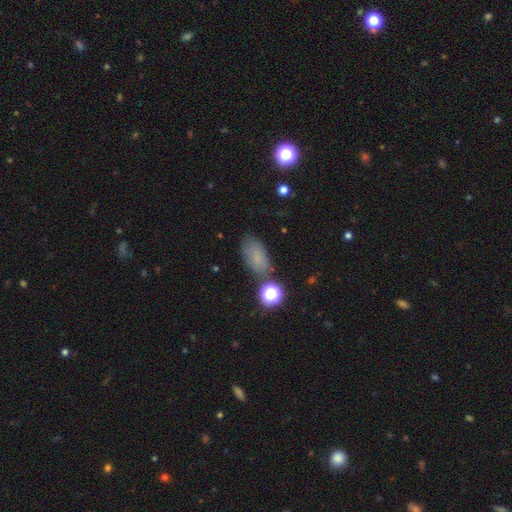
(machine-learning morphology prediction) A smooth galaxy with no disk features (69%) that is in between round and cigar-shaped (89%). Merging: none (70%).